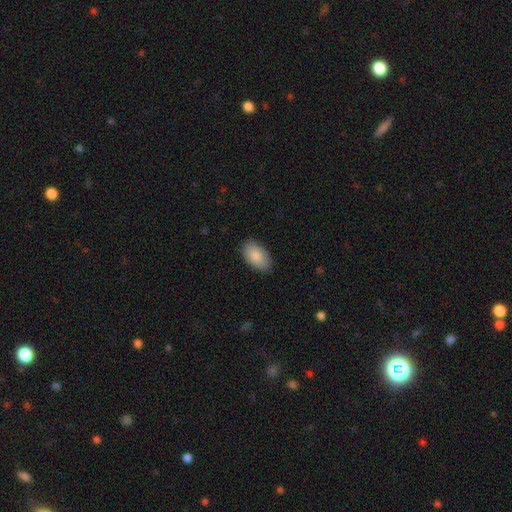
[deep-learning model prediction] Smooth or featured?
  - smooth: 87% *
  - featured or disk: 7%
  - star or artifact: 6%
How rounded?
  - in between: 95% *
  - round: 4%
  - cigar-shaped: 2%
Merging?
  - none: 85% *
  - minor disturbance: 11%
  - major disturbance: 2%
  - merger: 1%